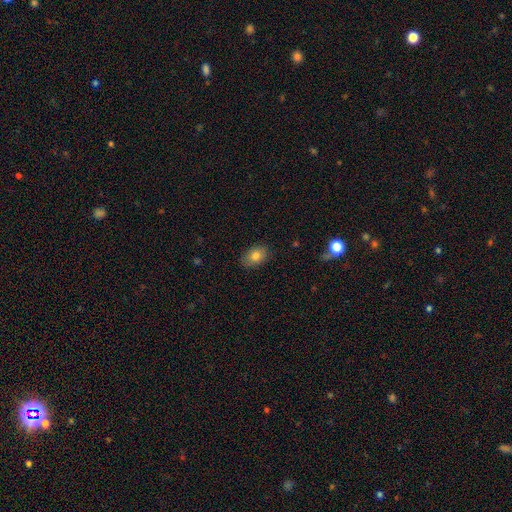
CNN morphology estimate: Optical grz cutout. It shows a smooth galaxy with no disk features (81%) that is in between round and cigar-shaped (79%). Merging: none (87%).